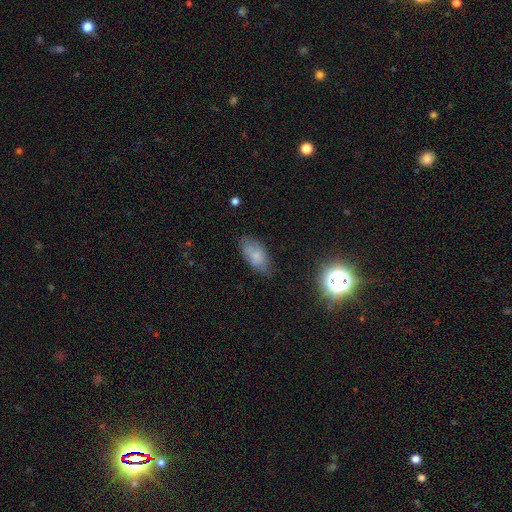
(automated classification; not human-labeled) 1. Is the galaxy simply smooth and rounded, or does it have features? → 72% smooth, 18% featured or disk, 11% star or artifact.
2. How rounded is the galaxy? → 92% in between, 4% cigar-shaped, 4% round.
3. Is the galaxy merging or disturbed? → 64% none, 26% minor disturbance, 7% major disturbance, 3% merger.